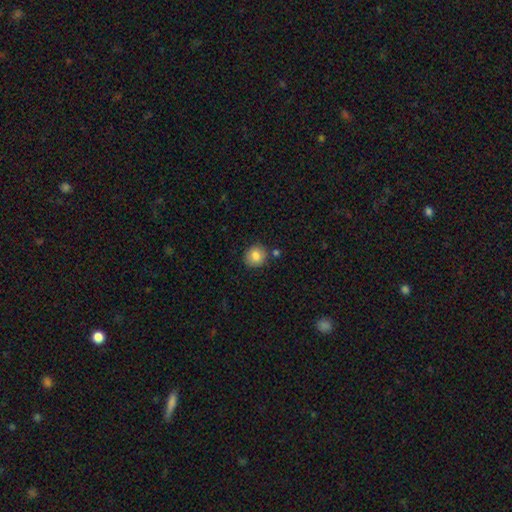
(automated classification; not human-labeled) Overall: smooth (82%). How rounded: round (86%). Merging: none (81%).